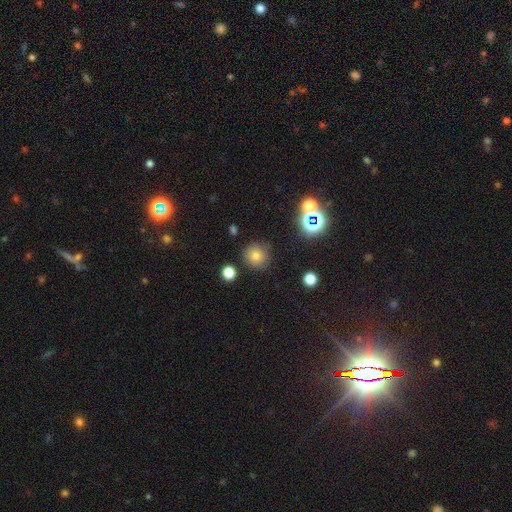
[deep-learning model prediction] Smooth or featured? Predicted: smooth (p=0.73). How rounded? Predicted: round (p=0.93). Merging? Predicted: none (p=0.84).